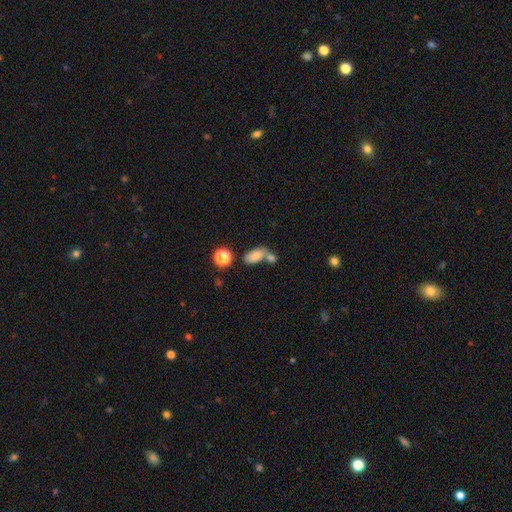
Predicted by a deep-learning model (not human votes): smooth_or_featured: smooth (p=0.79) [alt: featured or disk p=0.11]
how_rounded: in between (p=0.89) [alt: round p=0.07]
merging: merger (p=0.42) [alt: none p=0.39]